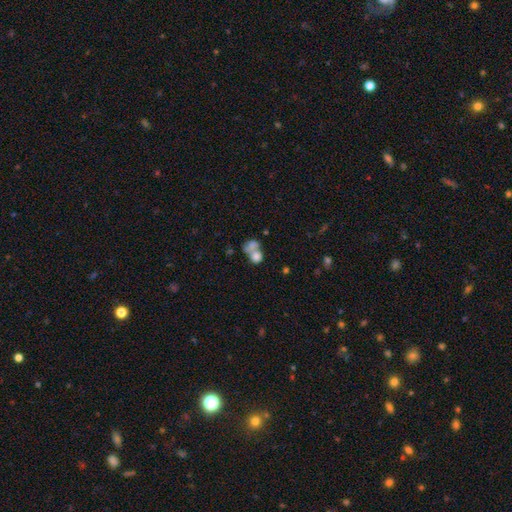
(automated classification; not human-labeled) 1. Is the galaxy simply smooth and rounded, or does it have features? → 71% smooth, 19% featured or disk, 11% star or artifact.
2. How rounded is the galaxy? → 56% round, 42% in between, 2% cigar-shaped.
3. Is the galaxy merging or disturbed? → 65% merger, 20% none, 8% major disturbance, 7% minor disturbance.